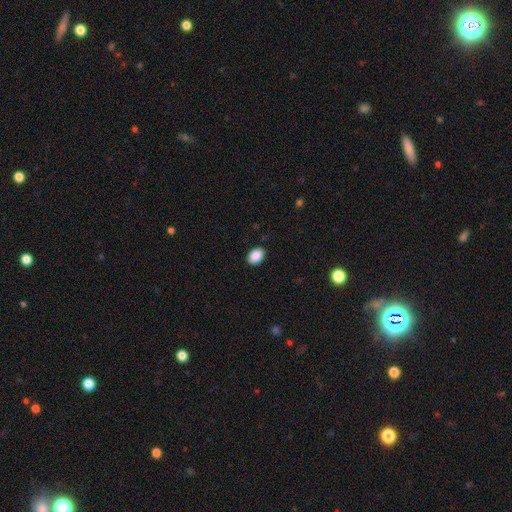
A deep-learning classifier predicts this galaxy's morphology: The model was most divided on "how rounded": in between: 79%, round: 20%, cigar-shaped: 1%. More confident: smooth or featured — smooth (90%); merging — none (88%).